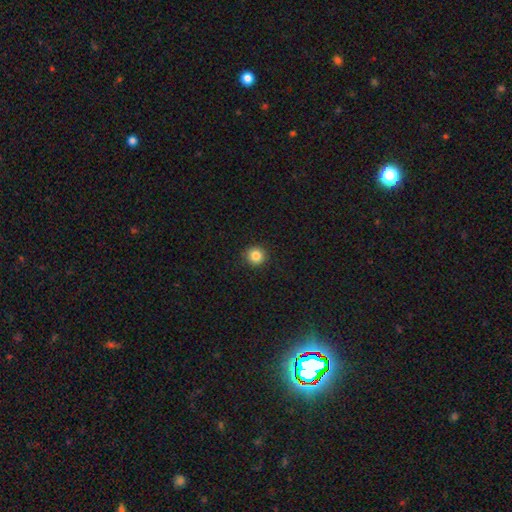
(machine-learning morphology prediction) The model was most divided on "smooth or featured": smooth: 85%, star or artifact: 11%, featured or disk: 5%. More confident: how rounded — round (94%); merging — none (92%).